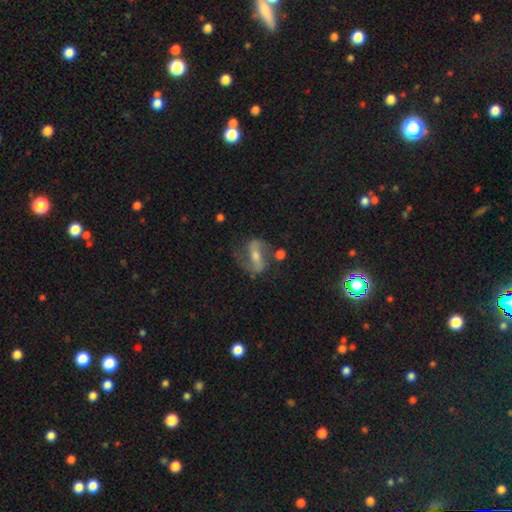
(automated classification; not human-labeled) Morphology: type=featured or disk (72%); edge-on=no (92%); bar=strong (52%); spiral arms=yes (83%); winding=medium (43%); arm count=2 (87%); bulge=moderate (51%); merging=none (61%).